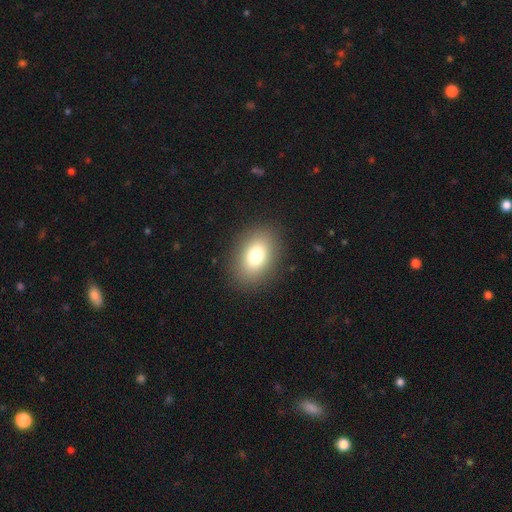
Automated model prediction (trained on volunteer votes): A smooth galaxy with no disk features (78%) that is in between round and cigar-shaped (79%). Merging: none (88%).